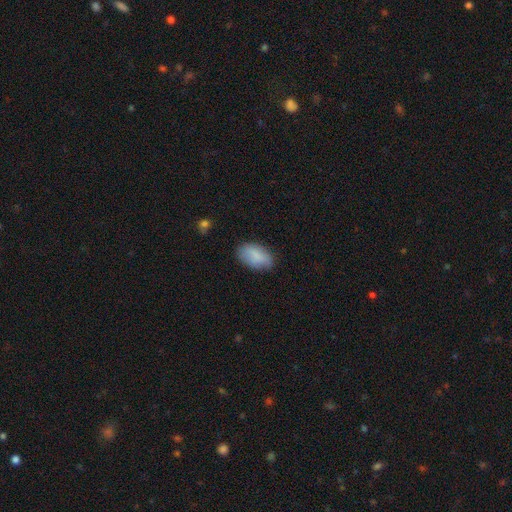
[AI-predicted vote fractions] smooth_or_featured: smooth (p=0.85) [alt: featured or disk p=0.08]
how_rounded: in between (p=0.93) [alt: round p=0.05]
merging: none (p=0.77) [alt: minor disturbance p=0.18]